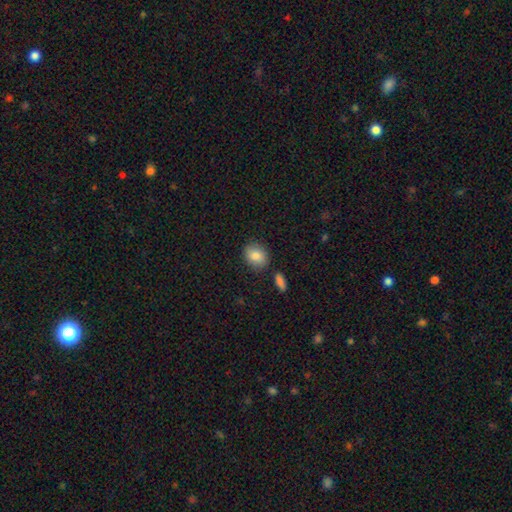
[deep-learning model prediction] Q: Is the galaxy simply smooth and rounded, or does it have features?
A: smooth — 86%.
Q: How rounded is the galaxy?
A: in between — 58%.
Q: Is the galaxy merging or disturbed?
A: none — 81%.